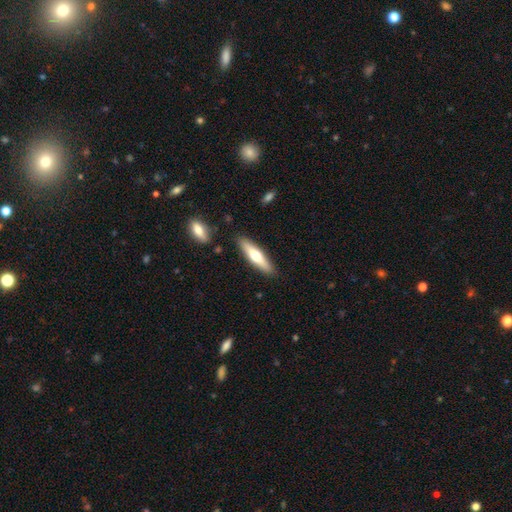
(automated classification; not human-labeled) The model was most divided on "smooth or featured": smooth: 53%, featured or disk: 42%, star or artifact: 5%. More confident: merging — none (87%); how rounded — cigar-shaped (76%).